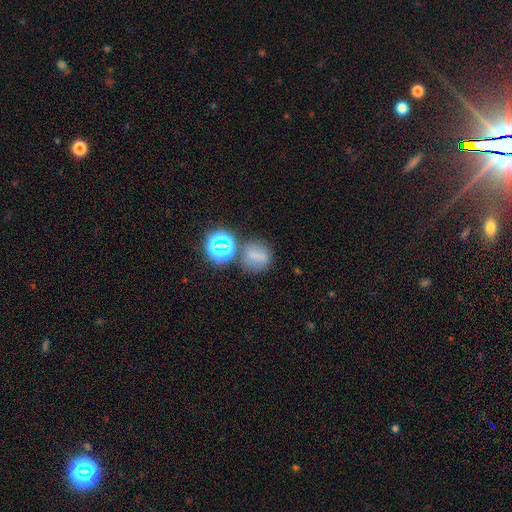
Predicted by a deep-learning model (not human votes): smooth_or_featured: smooth (p=0.64) [alt: star or artifact p=0.24]
how_rounded: round (p=0.78) [alt: in between p=0.21]
merging: none (p=0.67) [alt: minor disturbance p=0.14]